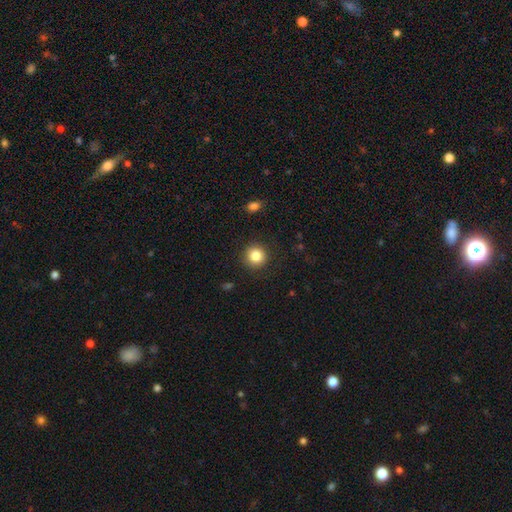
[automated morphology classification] Q: Smooth or featured?
A: smooth (85%); runner-up: star or artifact (10%)
Q: How rounded?
A: round (92%); runner-up: in between (7%)
Q: Merging?
A: none (89%); runner-up: minor disturbance (7%)